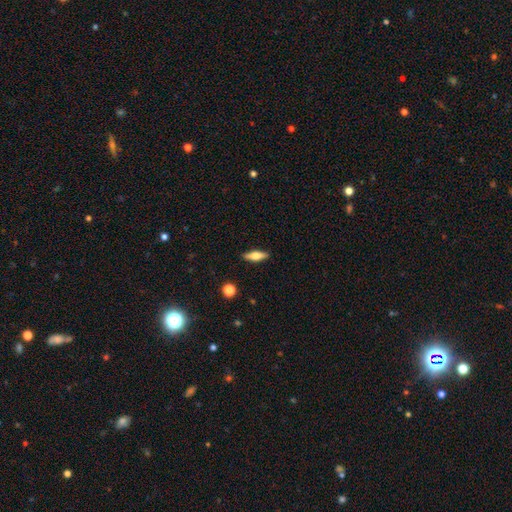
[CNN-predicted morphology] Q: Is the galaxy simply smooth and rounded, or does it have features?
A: smooth — 57%.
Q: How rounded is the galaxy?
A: cigar-shaped — 53%.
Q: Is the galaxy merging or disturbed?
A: none — 88%.